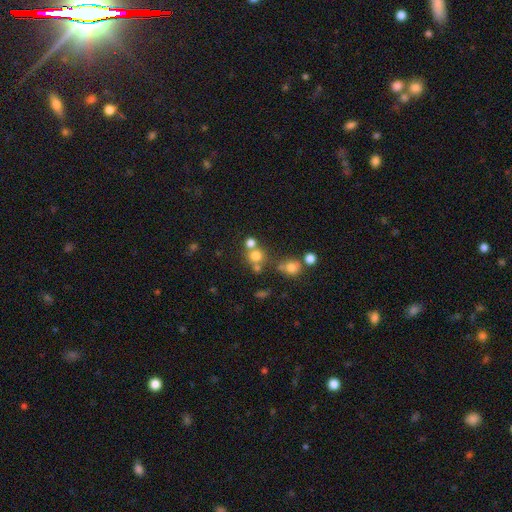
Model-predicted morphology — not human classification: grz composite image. It shows a smooth galaxy with no disk features (70%) that is round (88%). Merging: none (57%).